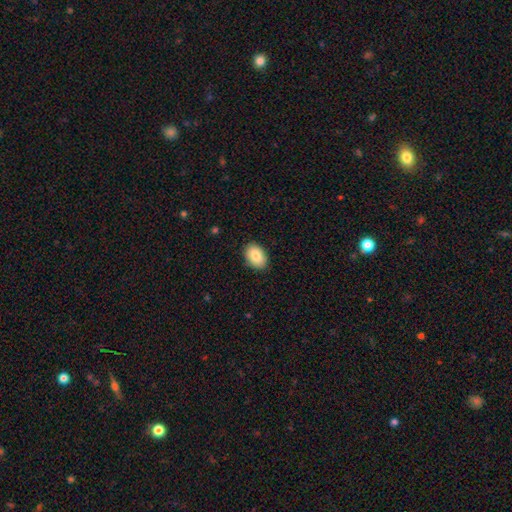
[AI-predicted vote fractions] smooth 86%, star or artifact 7%, featured or disk 7%. Down the decision tree: how rounded — in between (88%); merging — none (89%).